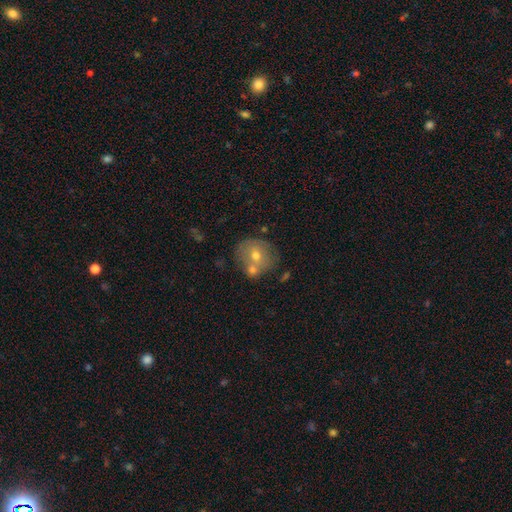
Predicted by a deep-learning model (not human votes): smooth-or-featured: smooth: 61% | featured or disk: 30% | star or artifact: 10%
  how-rounded: round: 79% | in between: 20% | cigar-shaped: 1%
  merging: none: 48% | merger: 34% | minor disturbance: 14% | major disturbance: 5%